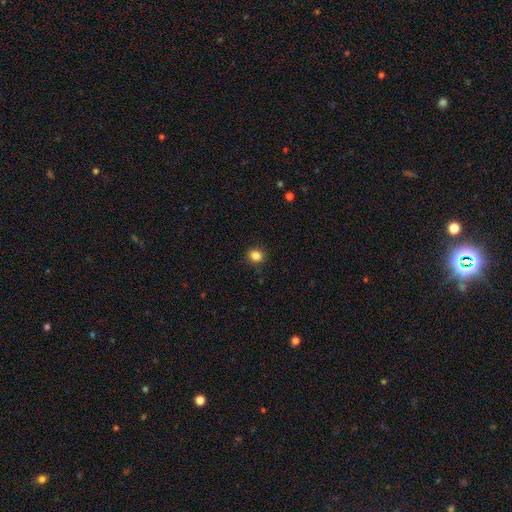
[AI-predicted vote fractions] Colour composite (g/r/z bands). It shows a smooth galaxy with no disk features (85%) that is round (78%). Merging: none (89%).